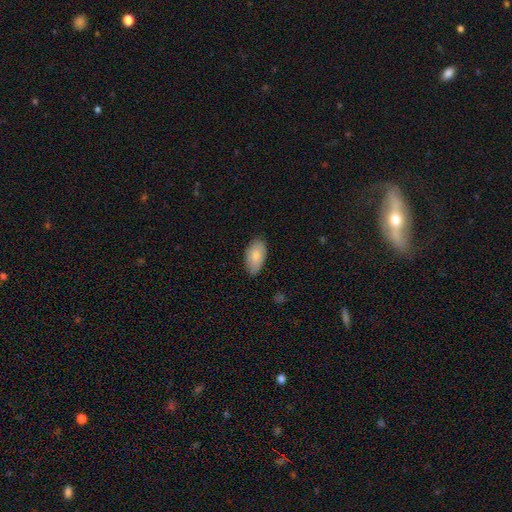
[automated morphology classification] A smooth galaxy with no disk features (83%) that is in between round and cigar-shaped (95%). Merging: none (79%).